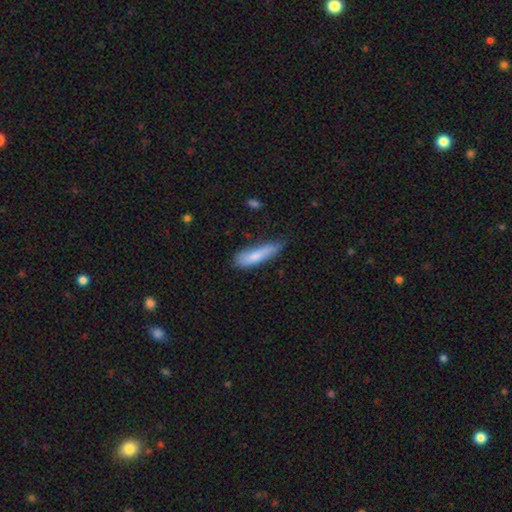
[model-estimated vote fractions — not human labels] Q: Smooth or featured?
A: smooth (79%); runner-up: featured or disk (15%)
Q: How rounded?
A: cigar-shaped (68%); runner-up: in between (30%)
Q: Merging?
A: none (53%); runner-up: minor disturbance (36%)